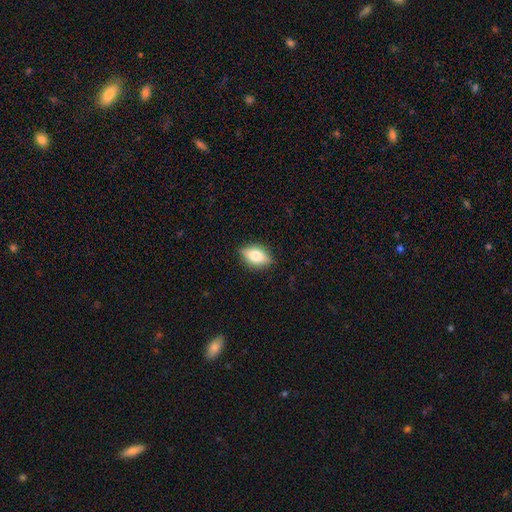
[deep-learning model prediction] Morphology: type=smooth (65%); roundness=in between (81%); merging=none (84%).